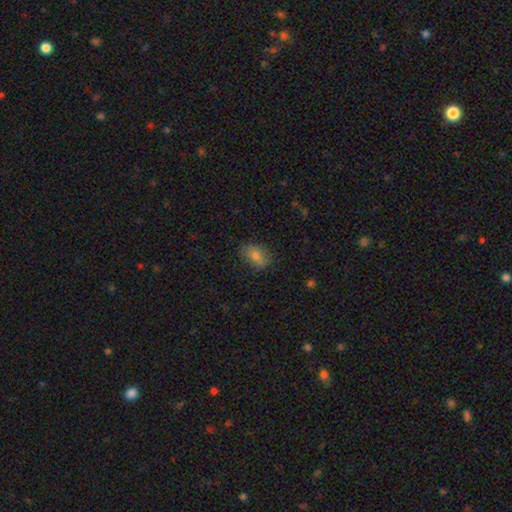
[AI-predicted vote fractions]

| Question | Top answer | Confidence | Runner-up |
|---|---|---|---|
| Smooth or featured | smooth | 75% | featured or disk (14%) |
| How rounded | in between | 80% | round (17%) |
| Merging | none | 79% | minor disturbance (16%) |